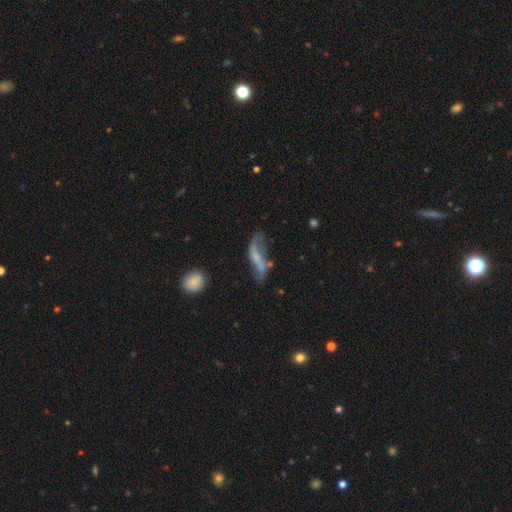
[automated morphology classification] A featured or disk galaxy (54%). Merging: none (46%).